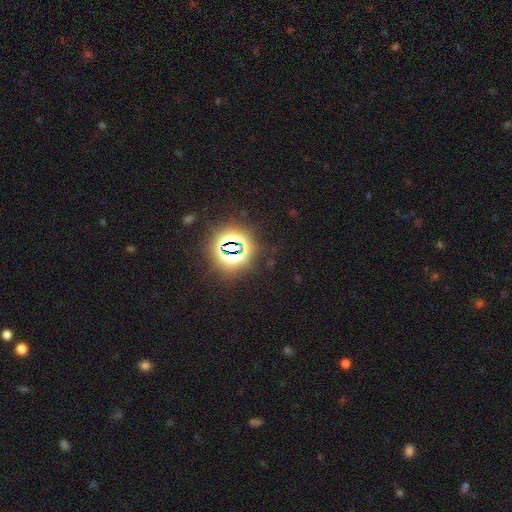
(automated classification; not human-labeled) Smooth or featured? Predicted: star or artifact (p=0.82).